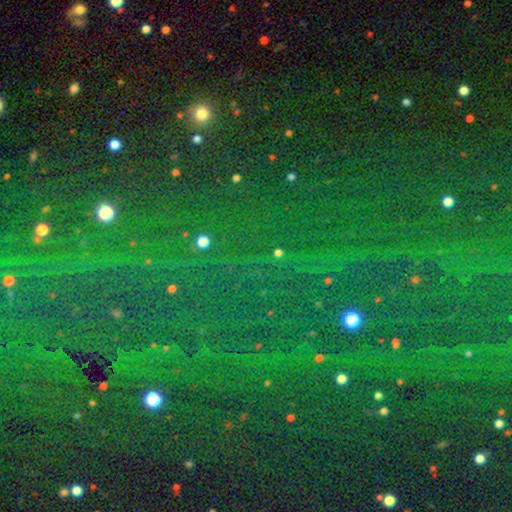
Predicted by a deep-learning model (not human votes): smooth_or_featured: star or artifact (p=0.82) [alt: smooth p=0.10]